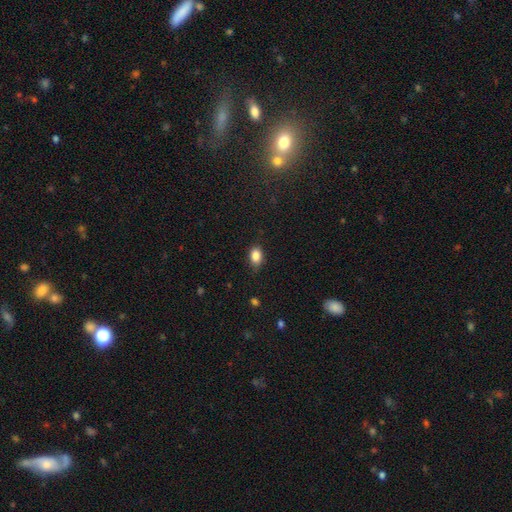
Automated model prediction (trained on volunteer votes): Overall: smooth (86%). How rounded: in between (80%). Merging: none (79%).